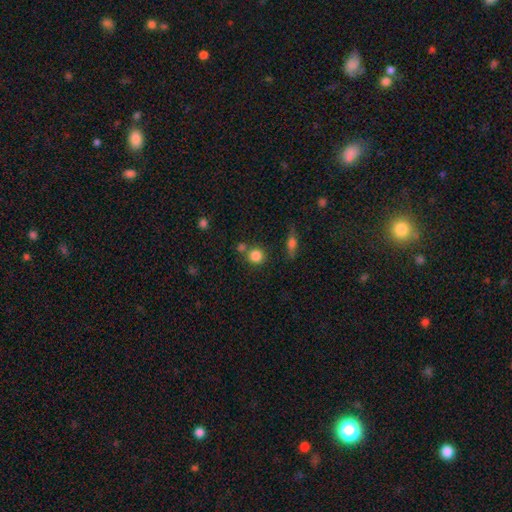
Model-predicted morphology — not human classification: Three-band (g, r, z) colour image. It shows a smooth galaxy with no disk features (83%) that is round (89%). Merging: none (68%).